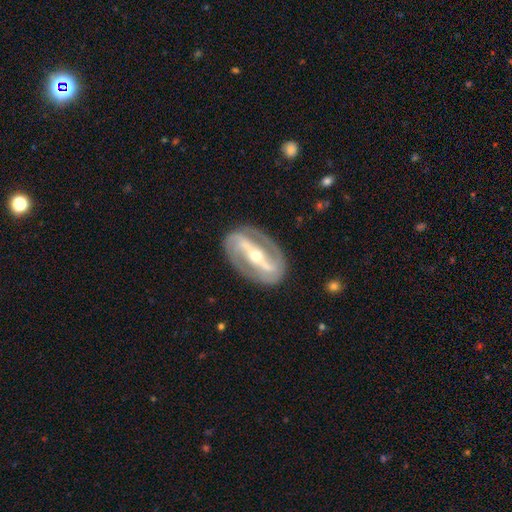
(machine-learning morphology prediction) This appears to be a featured or disk galaxy (88%) with a strong bar (81%), 2 (89%) tight (42%) spiral arms (83%) and a moderate central bulge (58%). Merging: none (85%).